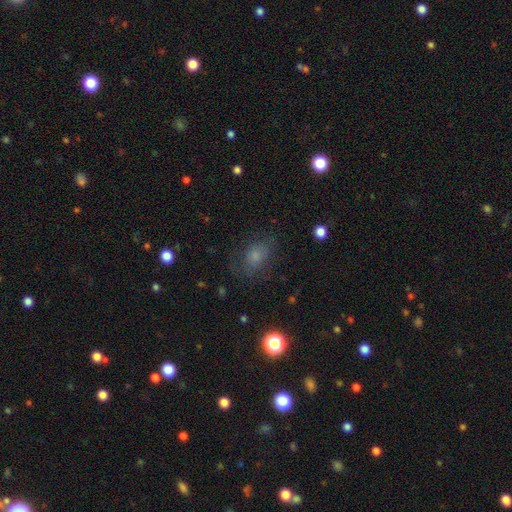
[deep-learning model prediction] Smooth or featured? smooth (64%)
How rounded? in between (69%)
Merging? none (70%)